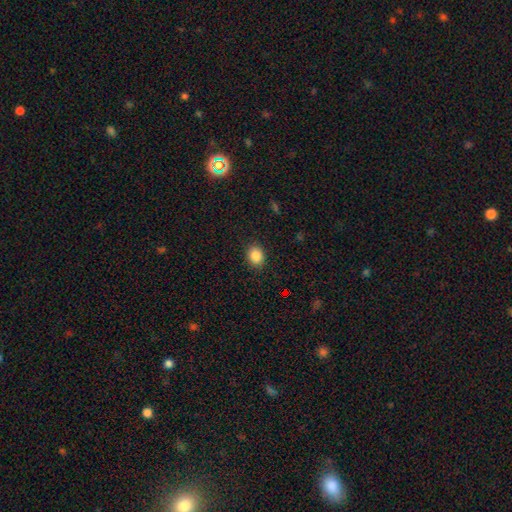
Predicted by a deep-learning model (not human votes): This is clearly a smooth galaxy (86%). How rounded: possibly in between (50%). Merging: clearly none (89%).